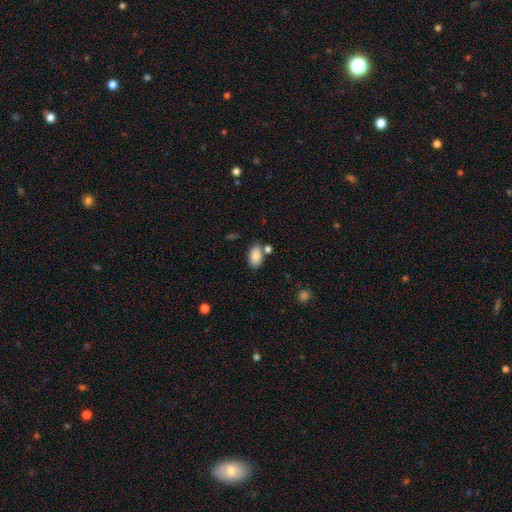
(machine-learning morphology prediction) type=smooth (86%); roundness=in between (92%); merging=none (70%).